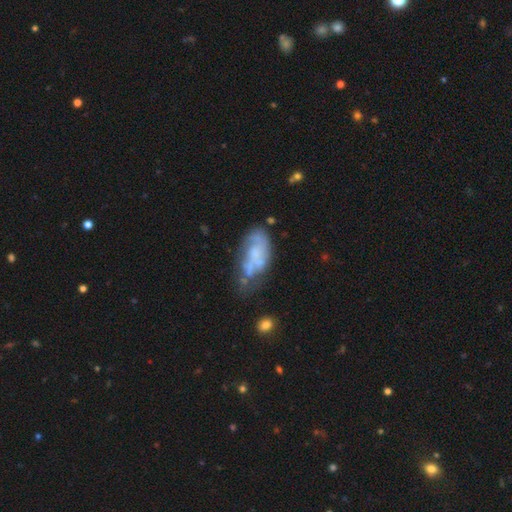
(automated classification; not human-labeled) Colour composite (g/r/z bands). It shows a featured or disk galaxy (56%) with no bar (82%), no spiral arms (66%) and no central bulge (52%). Merging: none (34%).